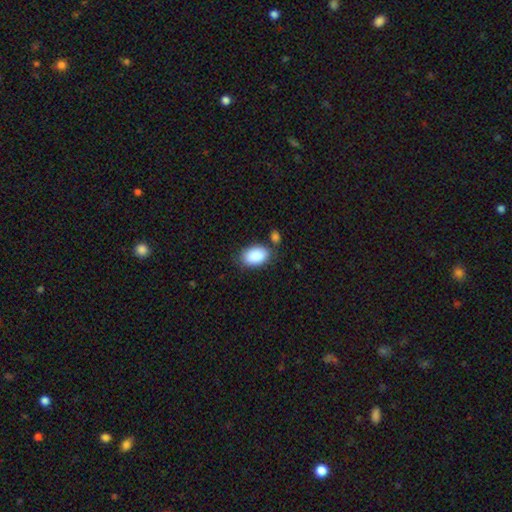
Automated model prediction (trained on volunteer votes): smooth_or_featured: smooth (p=0.89) [alt: star or artifact p=0.06]
how_rounded: in between (p=0.92) [alt: round p=0.07]
merging: none (p=0.73) [alt: minor disturbance p=0.15]